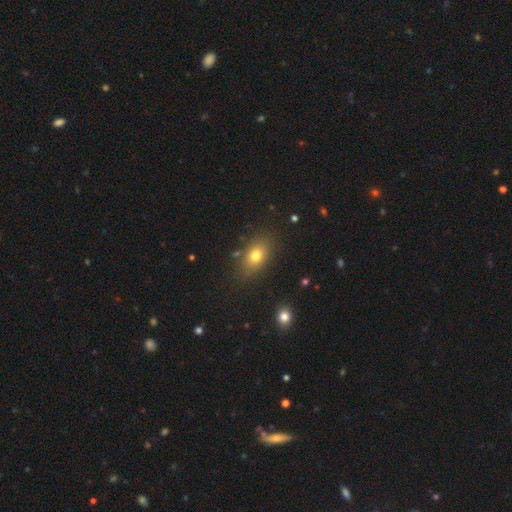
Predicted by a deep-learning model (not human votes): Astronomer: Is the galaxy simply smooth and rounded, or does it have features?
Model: smooth — 76%.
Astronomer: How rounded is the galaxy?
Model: in between — 76%.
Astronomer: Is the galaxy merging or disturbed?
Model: none — 82%.